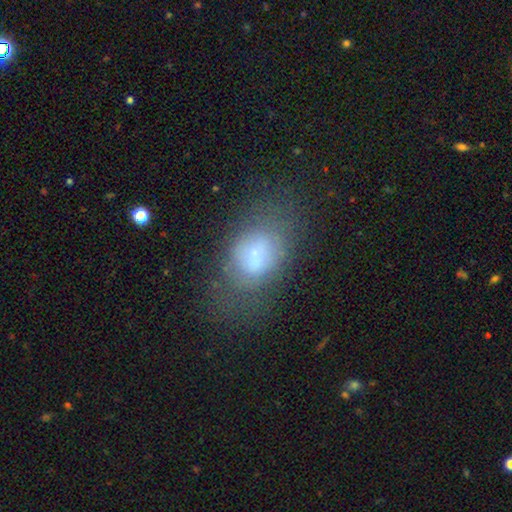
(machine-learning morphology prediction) The model was most divided on "merging": none: 54%, minor disturbance: 24%, major disturbance: 18%, merger: 4%. More confident: how rounded — in between (84%); smooth or featured — smooth (66%).